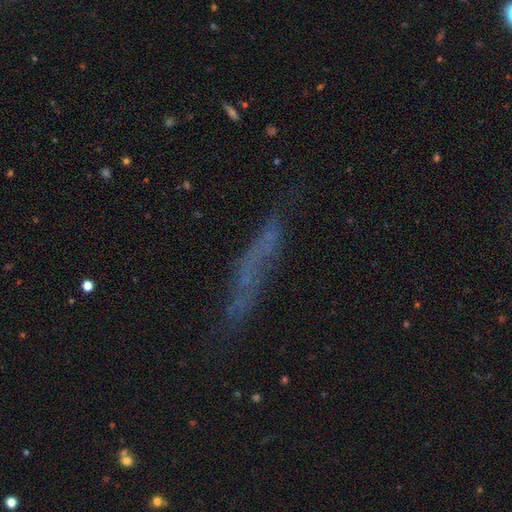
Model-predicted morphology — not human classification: Smooth or featured: featured or disk — 41% (tied with smooth — 41%)
Merging: none — 61% (minor disturbance — 21%)